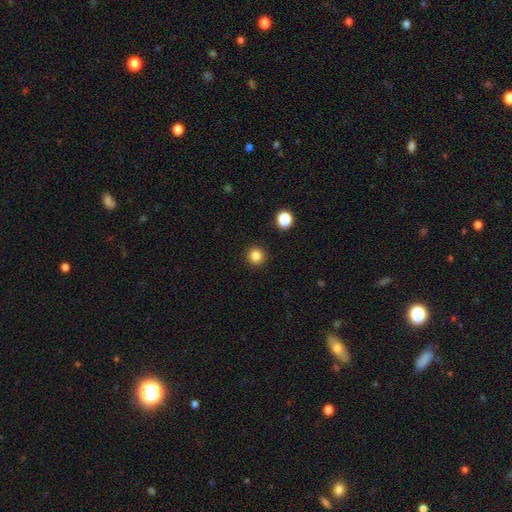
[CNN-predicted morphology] This is clearly a smooth galaxy (84%). How rounded: clearly round (94%). Merging: clearly none (92%).